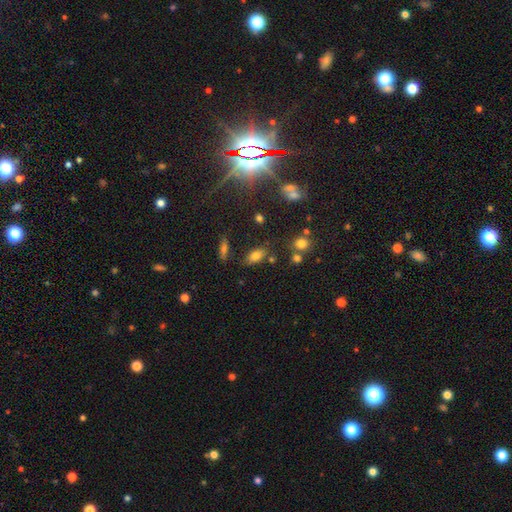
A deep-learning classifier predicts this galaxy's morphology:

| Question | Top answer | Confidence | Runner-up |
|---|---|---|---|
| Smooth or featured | smooth | 74% | featured or disk (13%) |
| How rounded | in between | 87% | cigar-shaped (7%) |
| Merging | none | 73% | minor disturbance (15%) |